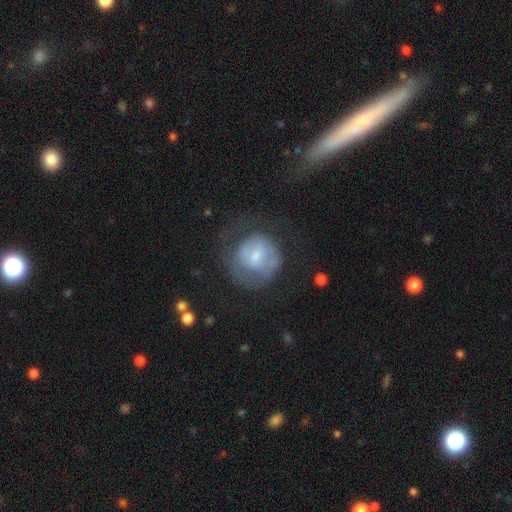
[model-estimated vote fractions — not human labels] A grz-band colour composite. It shows a smooth galaxy with no disk features (48%). Merging: none (40%).